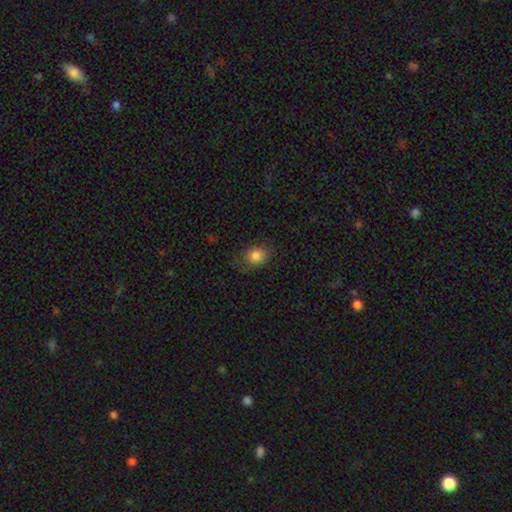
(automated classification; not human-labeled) smooth-or-featured: smooth: 83% | star or artifact: 11% | featured or disk: 6%
  how-rounded: round: 57% | in between: 42% | cigar-shaped: 1%
  merging: none: 75% | minor disturbance: 18% | major disturbance: 6% | merger: 1%